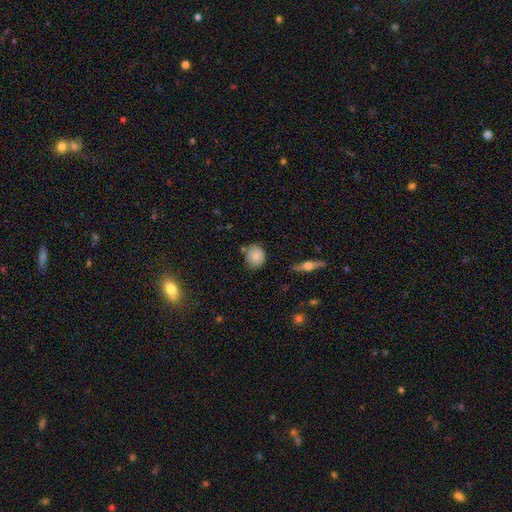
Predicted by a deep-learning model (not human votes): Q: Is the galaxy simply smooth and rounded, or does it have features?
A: smooth — 79%.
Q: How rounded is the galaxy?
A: round — 71%.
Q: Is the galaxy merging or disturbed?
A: none — 75%.